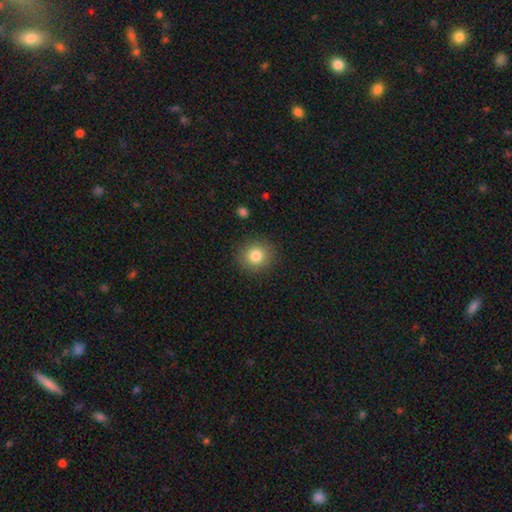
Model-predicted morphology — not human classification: This is clearly a smooth galaxy (82%). How rounded: clearly round (88%). Merging: clearly none (89%).